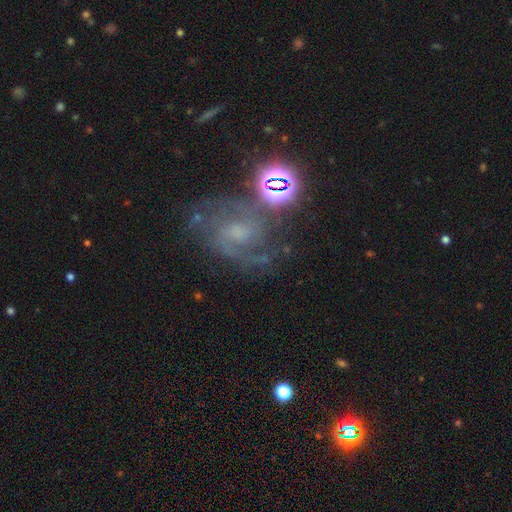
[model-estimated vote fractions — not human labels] smooth_or_featured: featured or disk (p=0.72) [alt: star or artifact p=0.18]
disk_edge_on: no (p=0.97) [alt: yes p=0.03]
bar: weak (p=0.46) [alt: no p=0.41]
has_spiral_arms: yes (p=0.93) [alt: no p=0.07]
spiral_winding: medium (p=0.49) [alt: tight p=0.31]
spiral_arm_count: 2 (p=0.61) [alt: can't tell p=0.17]
bulge_size: small (p=0.65) [alt: moderate p=0.24]
merging: none (p=0.59) [alt: minor disturbance p=0.16]